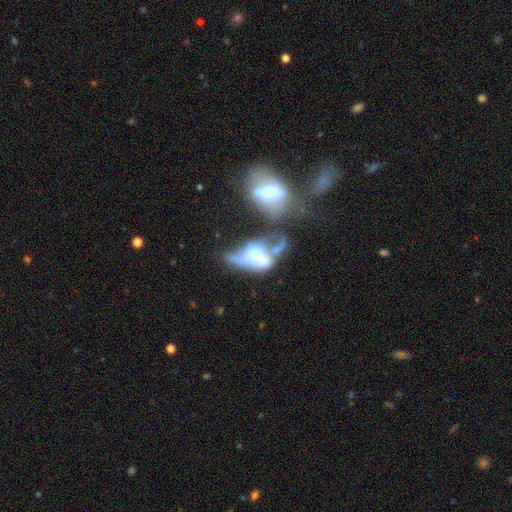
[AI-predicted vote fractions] Smooth or featured? featured or disk (58%)
Edge-on disk? no (91%)
Bar? no (76%)
Spiral arms? no (71%)
Bulge size? moderate (43%)
Merging? merger (56%)